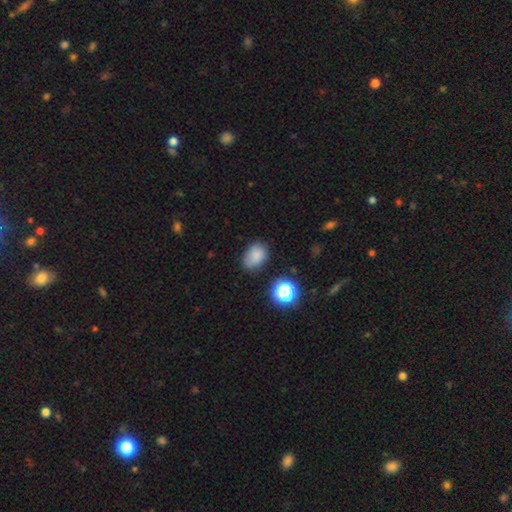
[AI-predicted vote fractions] Morphology: type=smooth (80%); roundness=in between (72%); merging=none (67%).